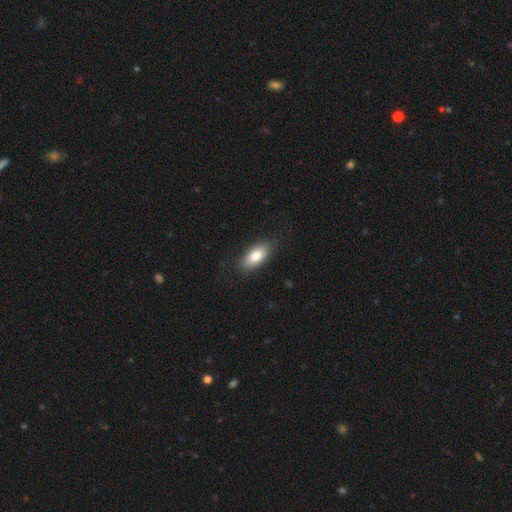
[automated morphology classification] The model was most divided on "smooth or featured": smooth: 79%, featured or disk: 14%, star or artifact: 7%. More confident: how rounded — in between (88%); merging — none (85%).